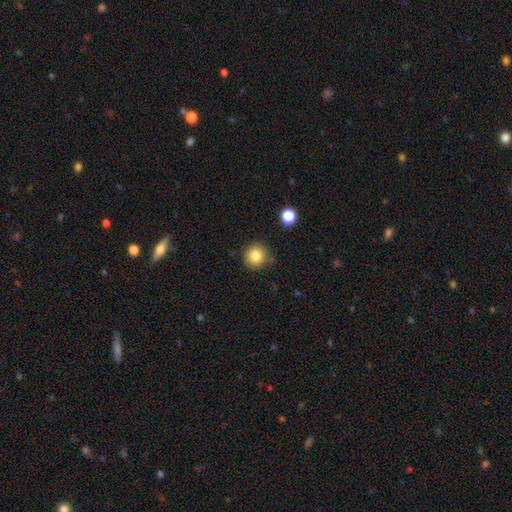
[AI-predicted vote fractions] Overall: smooth (82%). How rounded: round (89%). Merging: none (82%).